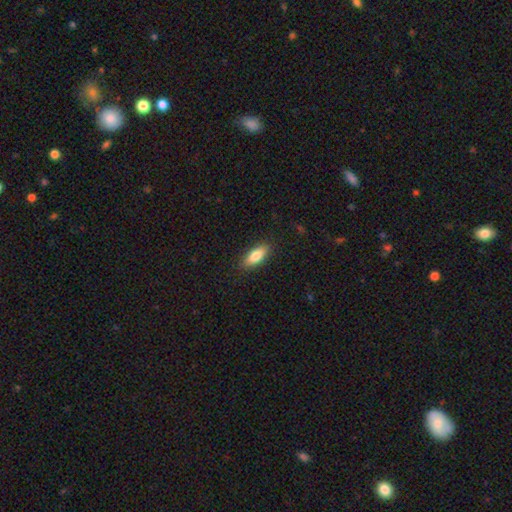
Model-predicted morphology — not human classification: type=smooth (80%); roundness=in between (74%); merging=none (88%).